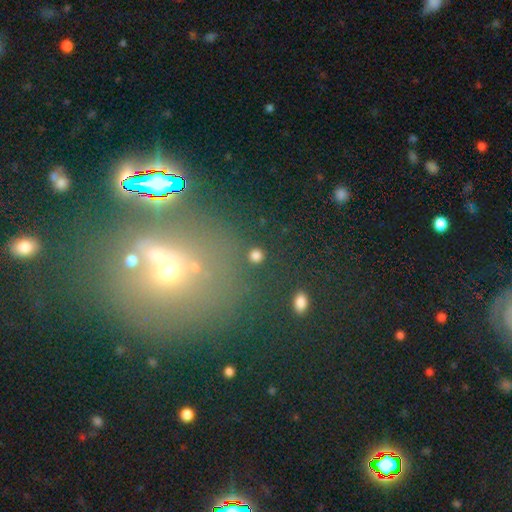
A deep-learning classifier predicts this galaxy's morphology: Q: Smooth or featured?
A: smooth (81%); runner-up: star or artifact (14%)
Q: How rounded?
A: round (92%); runner-up: in between (7%)
Q: Merging?
A: none (88%); runner-up: minor disturbance (6%)